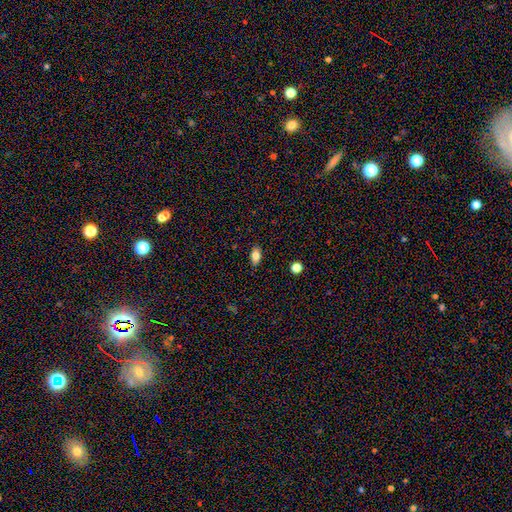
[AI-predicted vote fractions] Smooth or featured? Predicted: smooth (p=0.81). How rounded? Predicted: in between (p=0.89). Merging? Predicted: none (p=0.87).